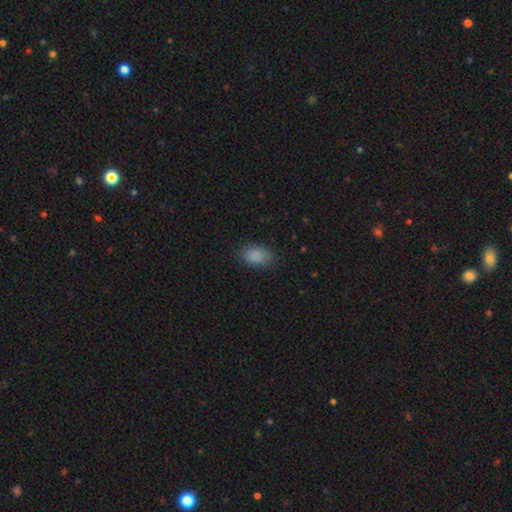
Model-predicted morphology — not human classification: Smooth or featured?
  - smooth: 86% *
  - star or artifact: 9%
  - featured or disk: 5%
How rounded?
  - in between: 88% *
  - round: 11%
  - cigar-shaped: 2%
Merging?
  - none: 79% *
  - minor disturbance: 16%
  - major disturbance: 4%
  - merger: 1%